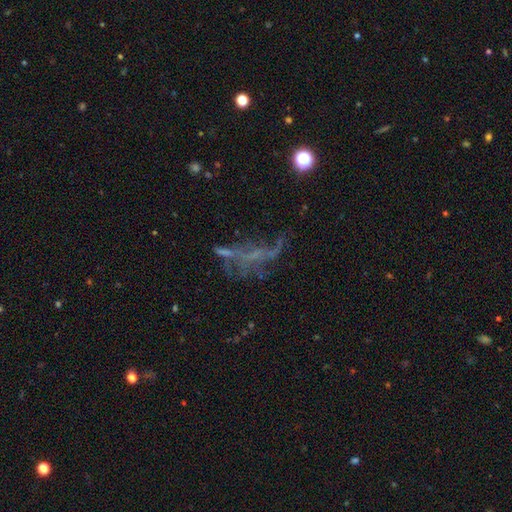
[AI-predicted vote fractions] Q: Smooth or featured?
A: featured or disk (51%); runner-up: star or artifact (30%)
Q: Edge-on disk?
A: no (88%); runner-up: yes (12%)
Q: Merging?
A: major disturbance (38%); runner-up: none (36%)